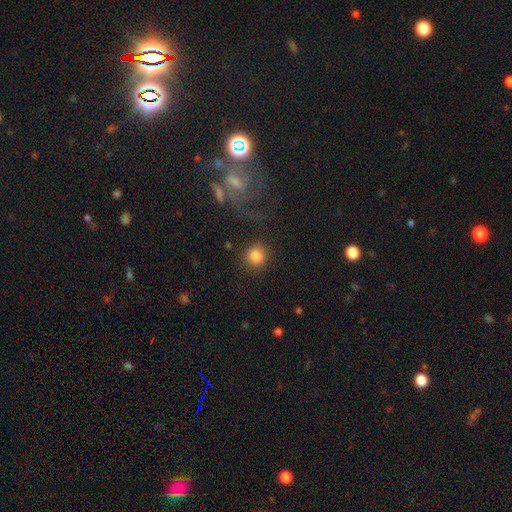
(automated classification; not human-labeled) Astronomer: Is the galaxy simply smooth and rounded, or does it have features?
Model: smooth — 83%.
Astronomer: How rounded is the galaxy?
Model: round — 89%.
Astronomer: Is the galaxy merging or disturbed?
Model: none — 81%.